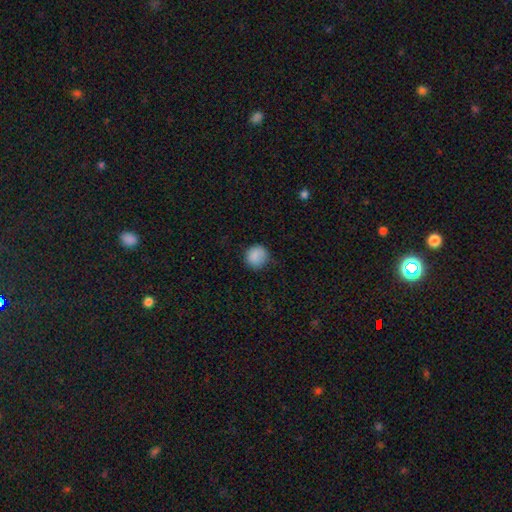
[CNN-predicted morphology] smooth 87%, star or artifact 9%, featured or disk 4%. Down the decision tree: how rounded — round (91%); merging — none (81%).